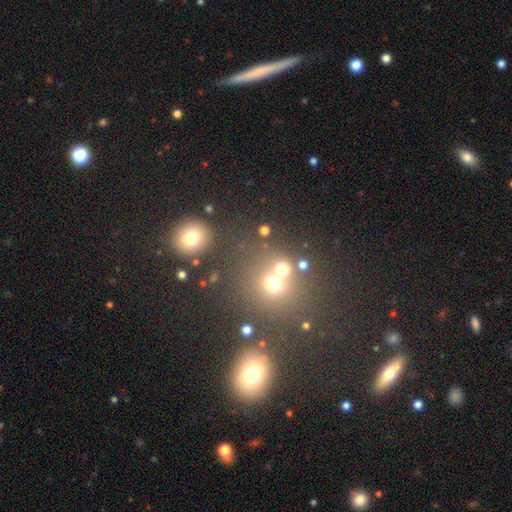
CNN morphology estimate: Smooth or featured? Predicted: smooth (p=0.50). Merging? Predicted: none (p=0.67).